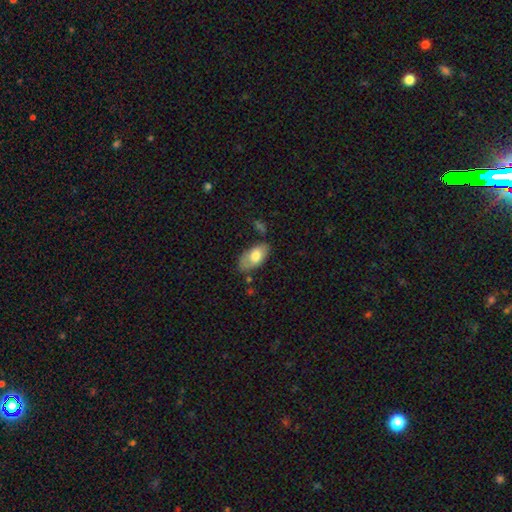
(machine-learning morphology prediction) Smooth or featured? Predicted: smooth (p=0.71). How rounded? Predicted: in between (p=0.94). Merging? Predicted: none (p=0.64).